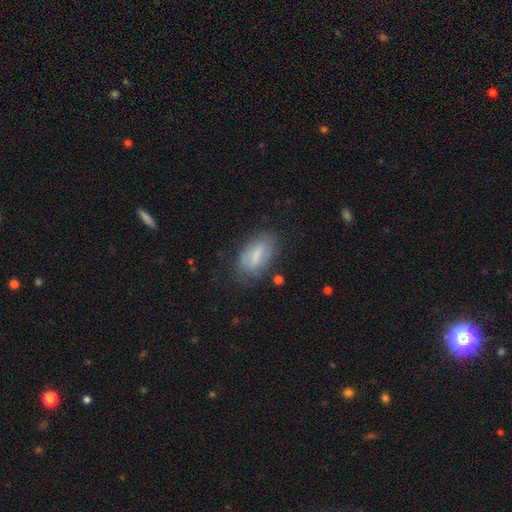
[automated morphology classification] A smooth galaxy with no disk features (59%) that is in between round and cigar-shaped (86%). Merging: none (65%).